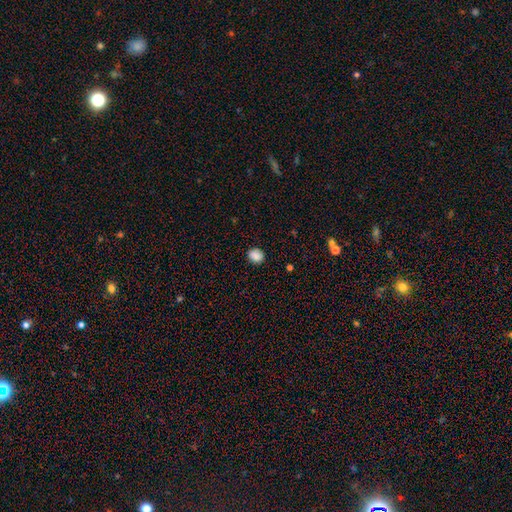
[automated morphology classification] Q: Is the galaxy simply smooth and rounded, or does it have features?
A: smooth — 87%.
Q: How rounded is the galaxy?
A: round — 74%.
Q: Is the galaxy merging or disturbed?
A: none — 88%.